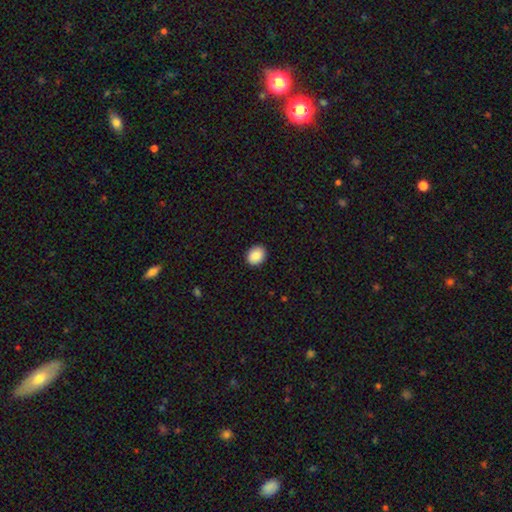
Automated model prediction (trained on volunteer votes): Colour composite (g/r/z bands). It shows a smooth galaxy with no disk features (89%) that is in between round and cigar-shaped (53%). Merging: none (90%).